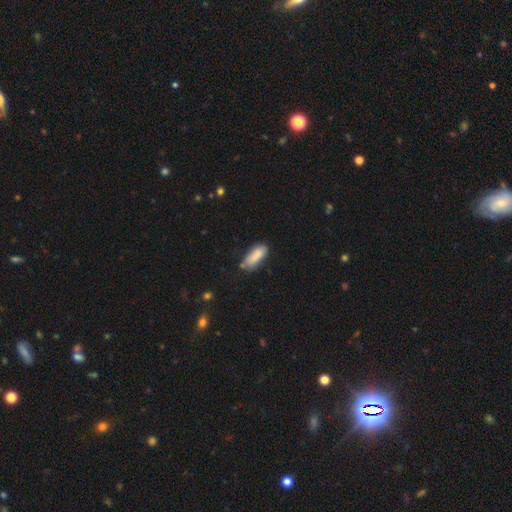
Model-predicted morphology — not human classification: smooth-or-featured: smooth: 86% | featured or disk: 7% | star or artifact: 6%
  how-rounded: in between: 71% | cigar-shaped: 27% | round: 2%
  merging: none: 70% | minor disturbance: 22% | major disturbance: 4% | merger: 4%